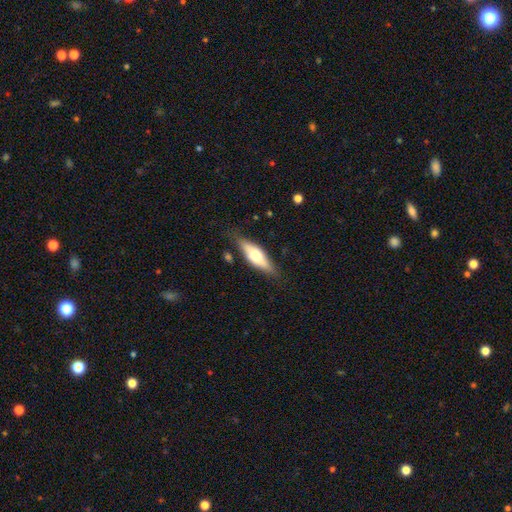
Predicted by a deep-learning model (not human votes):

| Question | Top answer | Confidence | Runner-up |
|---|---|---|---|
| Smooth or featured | smooth | 56% | featured or disk (38%) |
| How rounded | in between | 58% | cigar-shaped (40%) |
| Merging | none | 77% | minor disturbance (17%) |